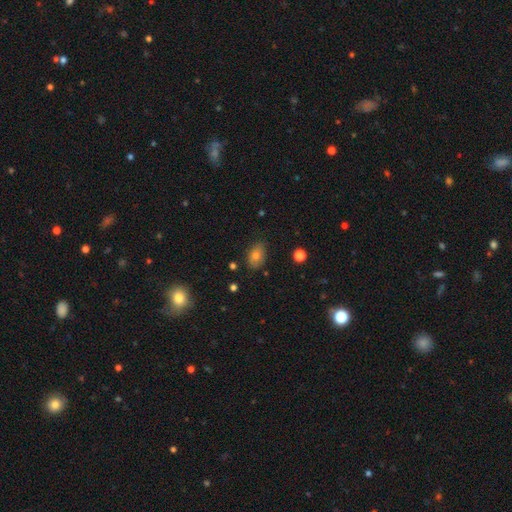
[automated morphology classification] type=smooth (74%); roundness=in between (82%); merging=none (76%).